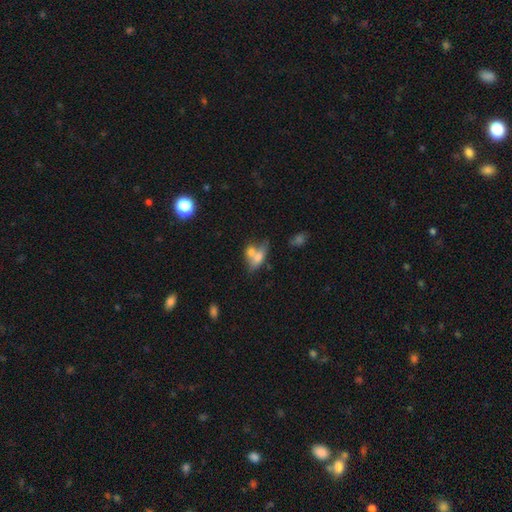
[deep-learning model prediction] Q: Smooth or featured?
A: smooth (66%); runner-up: featured or disk (24%)
Q: How rounded?
A: in between (77%); runner-up: round (16%)
Q: Merging?
A: merger (58%); runner-up: none (24%)